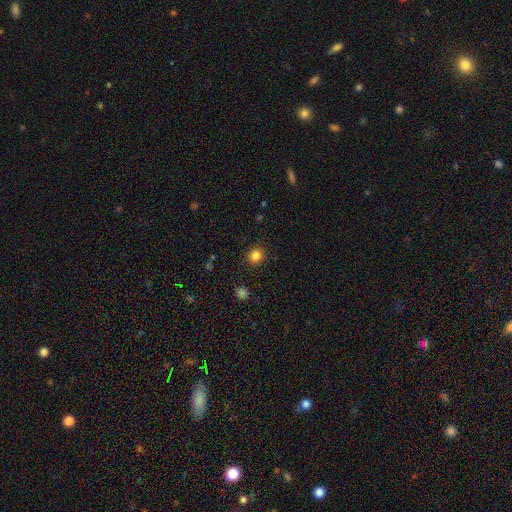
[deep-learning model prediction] Smooth or featured? Predicted: smooth (p=0.83). How rounded? Predicted: round (p=0.92). Merging? Predicted: none (p=0.92).